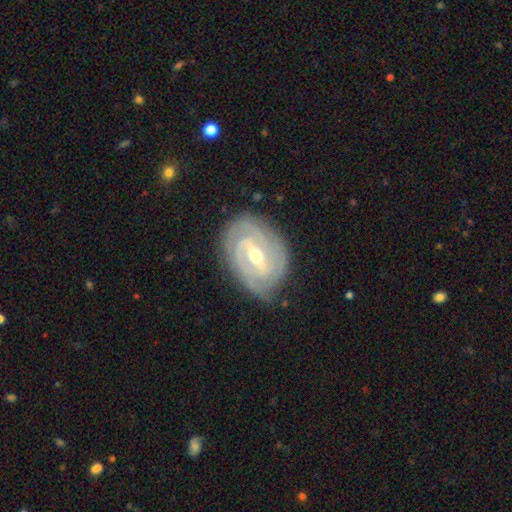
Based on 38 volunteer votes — Volunteers were most divided on "spiral arm count": 2: 39%, 3: 33%, can't tell: 24%, 4: 3%, 1: 0%, more than 4: 0%. More confident: edge-on disk — no (97%); spiral arms — yes (97%); smooth or featured — featured or disk (92%); bulge size — moderate (71%); spiral winding — tight (67%); bar — strong (65%); merging — none (59%).